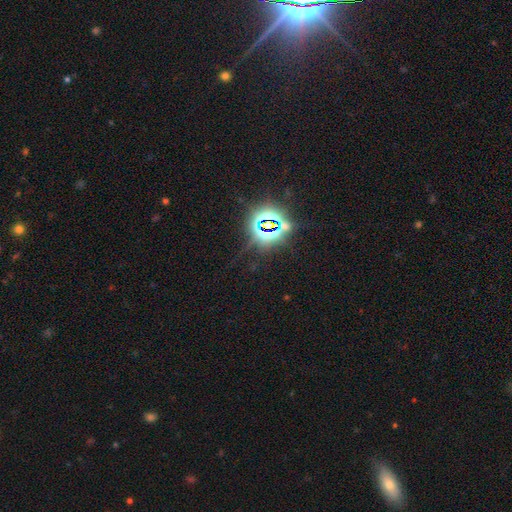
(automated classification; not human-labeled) Smooth or featured: star or artifact — 82% (smooth — 11%)